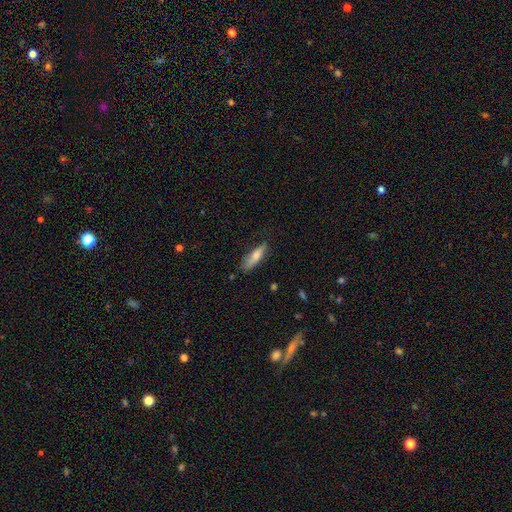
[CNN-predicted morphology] This appears to be a smooth galaxy with no disk features (77%) that is cigar-shaped (62%). Merging: none (73%).